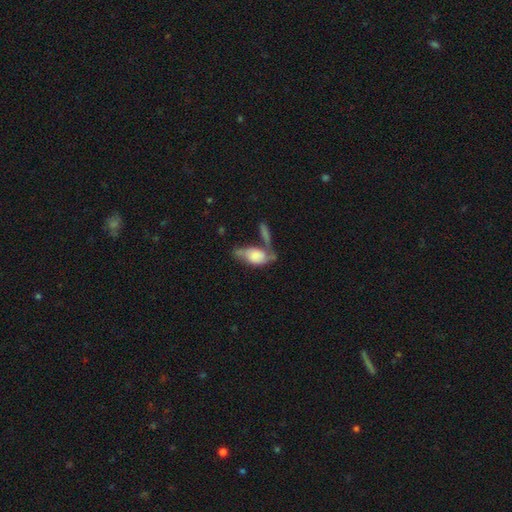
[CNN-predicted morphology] This is possibly a smooth galaxy (59%). How rounded: clearly in between (87%). Merging: marginally merger (34%).